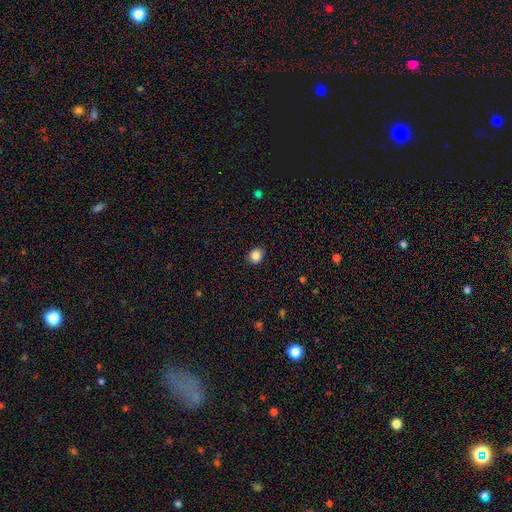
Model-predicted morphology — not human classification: Q: Smooth or featured?
A: smooth (86%); runner-up: star or artifact (10%)
Q: How rounded?
A: round (79%); runner-up: in between (20%)
Q: Merging?
A: none (89%); runner-up: minor disturbance (8%)